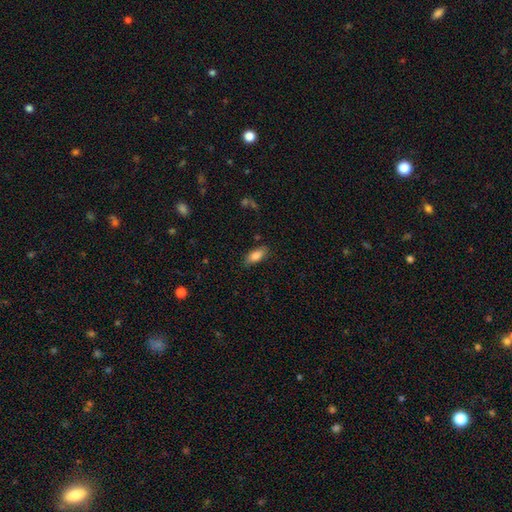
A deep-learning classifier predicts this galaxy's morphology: smooth 80%, featured or disk 12%, star or artifact 7%. Down the decision tree: how rounded — in between (82%); merging — none (81%).